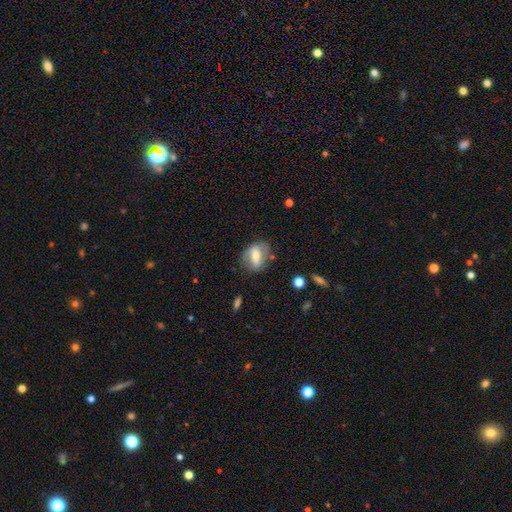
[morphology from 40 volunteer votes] Smooth or featured: featured or disk — 52% (smooth — 38%)
Edge-on disk: no — 90% (yes — 10%)
Bar: strong — 68% (weak — 16%)
Spiral arms: yes — 58% (no — 42%)
Spiral winding: tight — 45% (loose — 36%)
Spiral arm count: 2 — 64% (1 — 27%)
Bulge size: moderate — 42% (small — 37%)
Merging: none — 72% (minor disturbance — 14%)